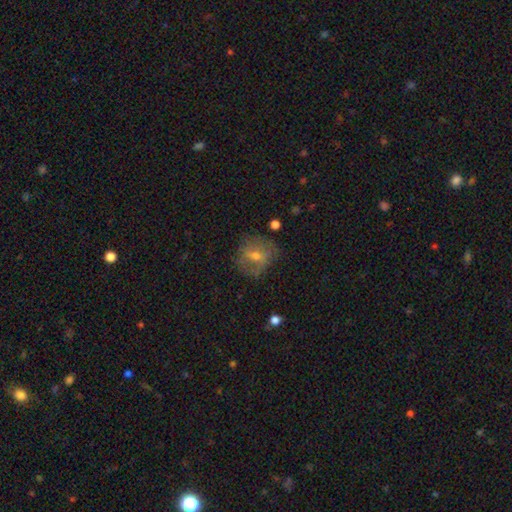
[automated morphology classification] smooth 45%, featured or disk 44%, star or artifact 12%. Down the decision tree: merging — none (66%).